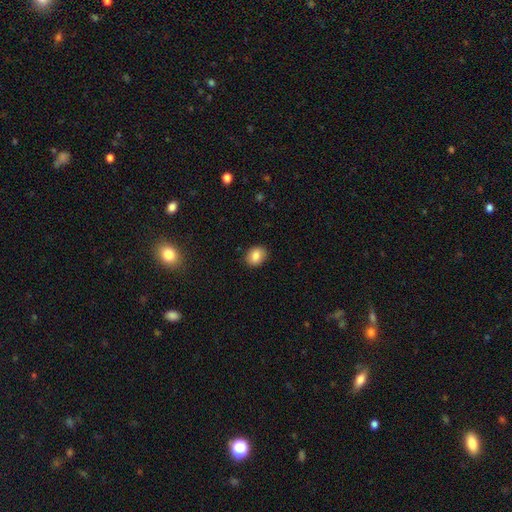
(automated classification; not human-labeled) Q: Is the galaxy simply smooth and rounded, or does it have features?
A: smooth — 85%.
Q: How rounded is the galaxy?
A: in between — 53%.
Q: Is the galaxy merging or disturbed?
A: none — 87%.